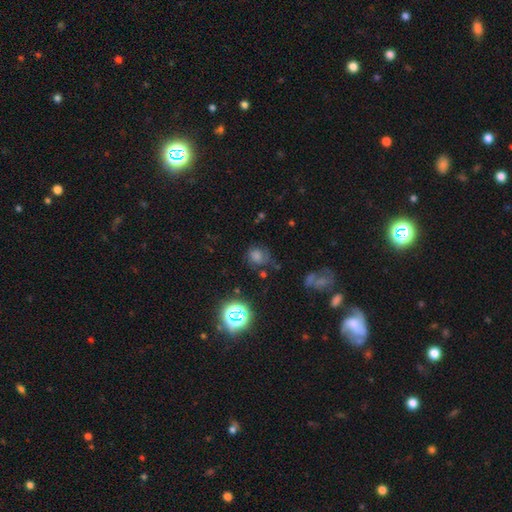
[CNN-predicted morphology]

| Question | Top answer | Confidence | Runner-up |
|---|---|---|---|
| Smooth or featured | smooth | 63% | star or artifact (26%) |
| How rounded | round | 75% | in between (24%) |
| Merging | none | 59% | minor disturbance (24%) |